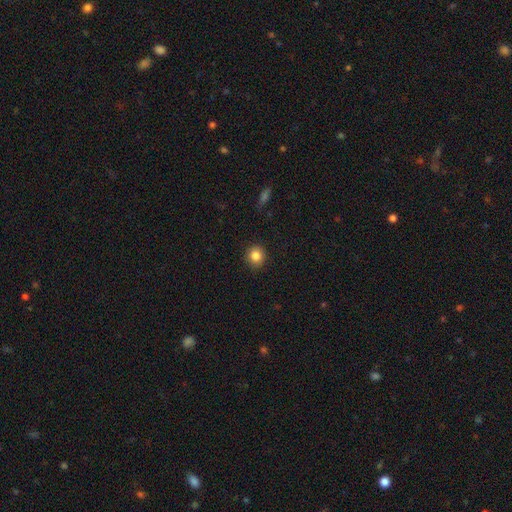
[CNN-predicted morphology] Smooth or featured? smooth (85%)
How rounded? round (90%)
Merging? none (90%)